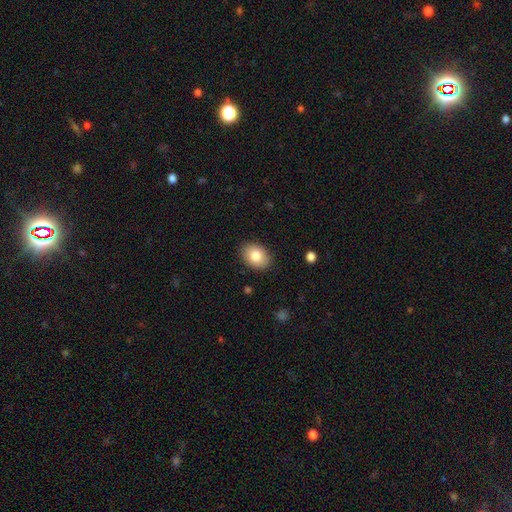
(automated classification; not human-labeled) Smooth or featured: smooth — 82% (featured or disk — 10%)
How rounded: in between — 73% (round — 26%)
Merging: none — 88% (minor disturbance — 9%)